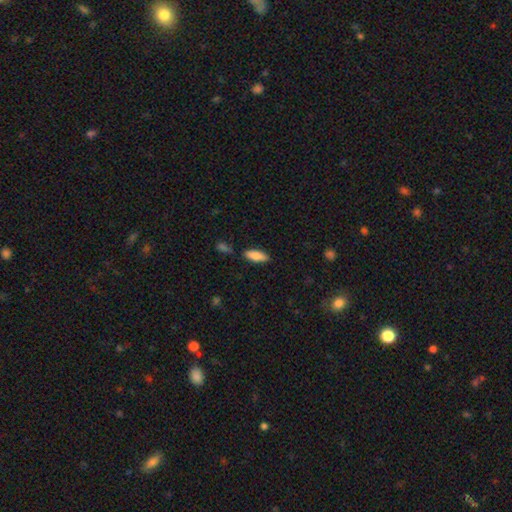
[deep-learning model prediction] Smooth or featured? Predicted: smooth (p=0.81). How rounded? Predicted: in between (p=0.71). Merging? Predicted: none (p=0.84).